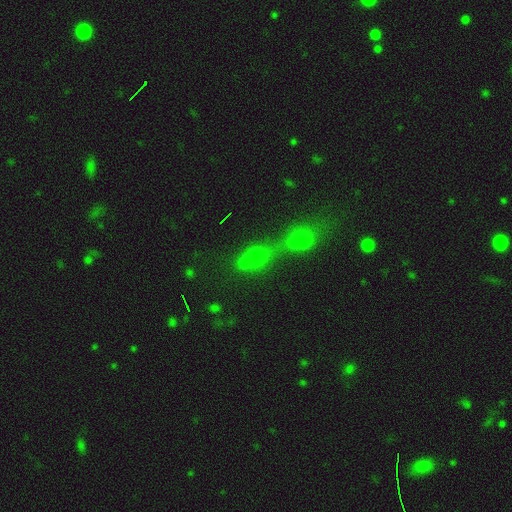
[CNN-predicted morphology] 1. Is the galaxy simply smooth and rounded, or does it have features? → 59% smooth, 26% star or artifact, 15% featured or disk.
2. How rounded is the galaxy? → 68% round, 27% in between, 5% cigar-shaped.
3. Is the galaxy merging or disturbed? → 57% merger, 30% none, 8% minor disturbance, 6% major disturbance.